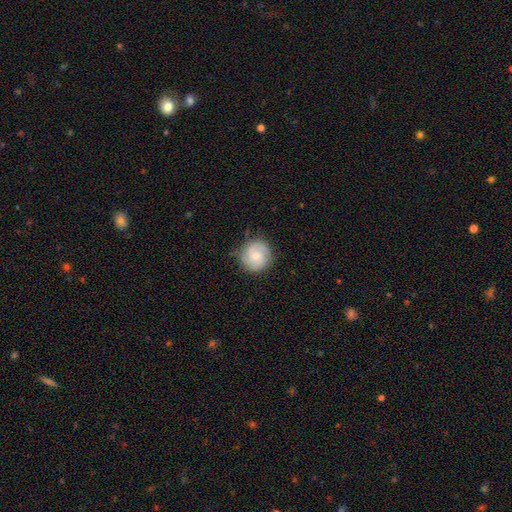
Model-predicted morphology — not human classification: smooth_or_featured: smooth (p=0.52) [alt: featured or disk p=0.41]
how_rounded: round (p=0.92) [alt: in between p=0.07]
merging: none (p=0.81) [alt: minor disturbance p=0.14]